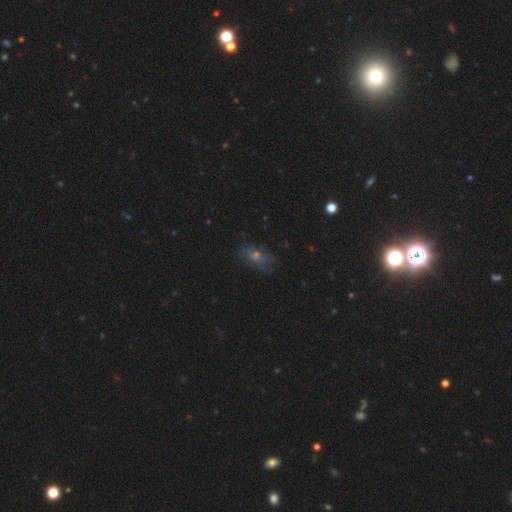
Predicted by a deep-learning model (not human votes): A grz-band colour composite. It shows a smooth galaxy with no disk features (48%). Merging: none (76%).